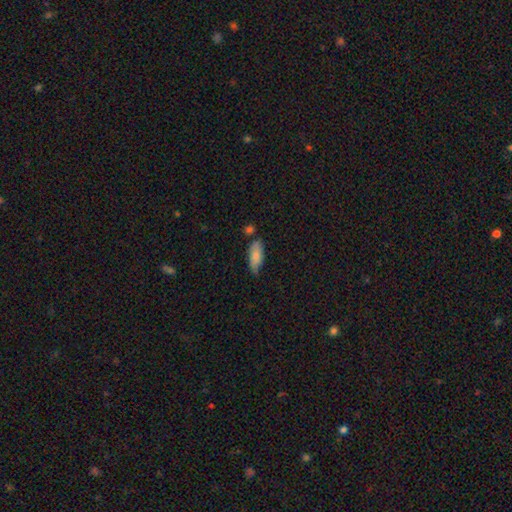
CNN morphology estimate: A smooth galaxy with no disk features (83%) that is in between round and cigar-shaped (79%). Merging: none (59%).